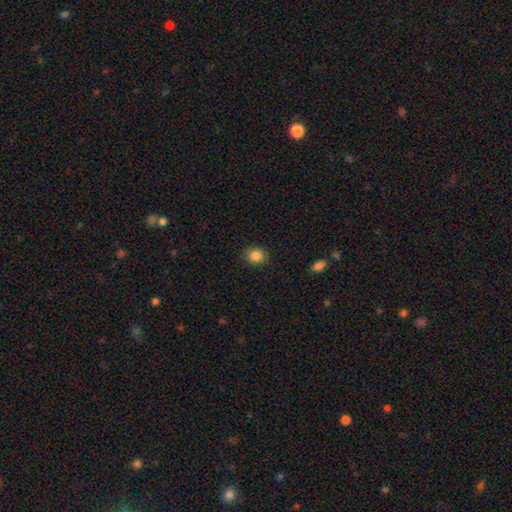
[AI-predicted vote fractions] smooth_or_featured: smooth (p=0.86) [alt: star or artifact p=0.09]
how_rounded: round (p=0.61) [alt: in between p=0.38]
merging: none (p=0.87) [alt: minor disturbance p=0.10]